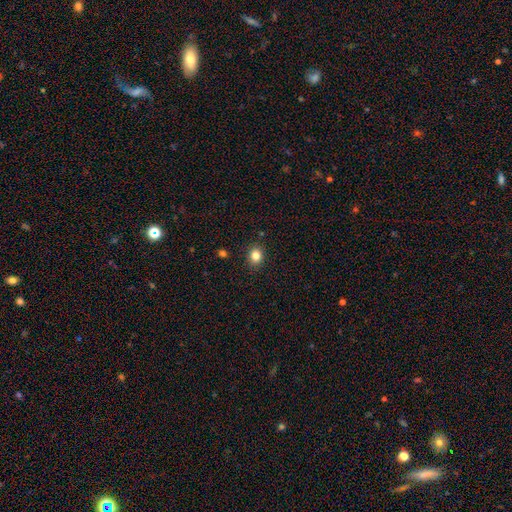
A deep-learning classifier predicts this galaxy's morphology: smooth-or-featured: smooth: 83% | star or artifact: 12% | featured or disk: 6%
  how-rounded: round: 63% | in between: 36% | cigar-shaped: 1%
  merging: none: 89% | minor disturbance: 8% | major disturbance: 2% | merger: 1%